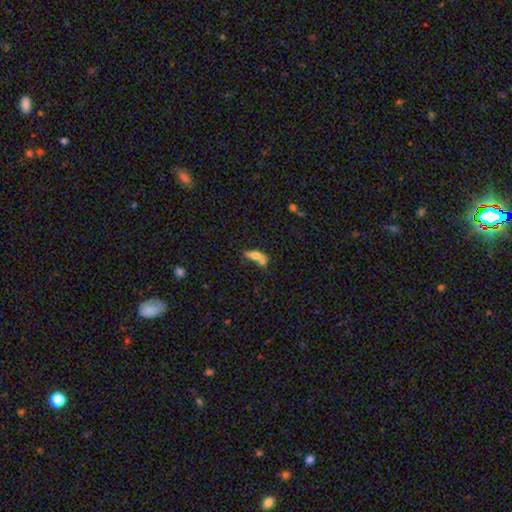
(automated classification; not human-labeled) smooth-or-featured: smooth: 59% | featured or disk: 30% | star or artifact: 10%
  how-rounded: in between: 66% | cigar-shaped: 28% | round: 7%
  merging: merger: 45% | none: 31% | minor disturbance: 14% | major disturbance: 9%